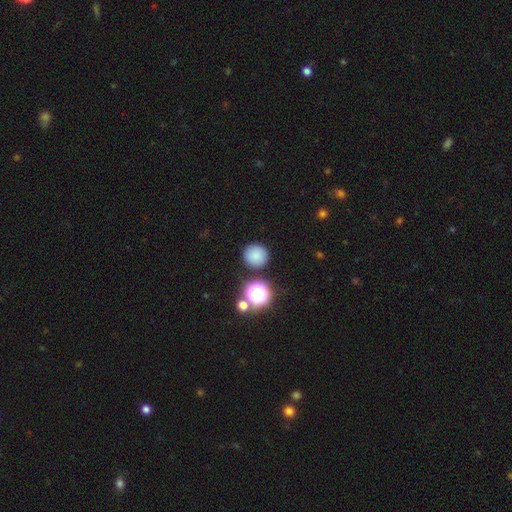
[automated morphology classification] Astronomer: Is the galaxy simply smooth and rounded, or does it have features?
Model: smooth — 80%.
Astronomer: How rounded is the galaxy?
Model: round — 92%.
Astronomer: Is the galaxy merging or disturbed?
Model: none — 85%.